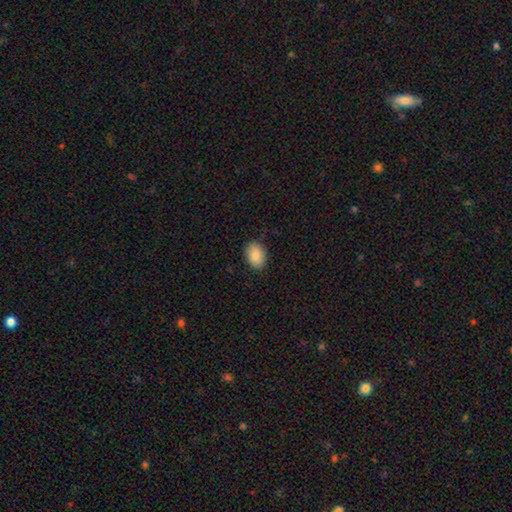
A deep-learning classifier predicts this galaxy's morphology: Smooth or featured: smooth — 87% (star or artifact — 7%)
How rounded: in between — 81% (round — 18%)
Merging: none — 85% (minor disturbance — 11%)